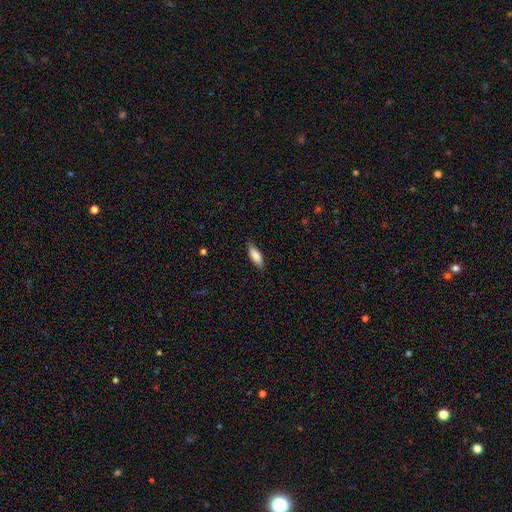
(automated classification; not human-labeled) Smooth or featured? Predicted: smooth (p=0.84). How rounded? Predicted: in between (p=0.67). Merging? Predicted: none (p=0.83).